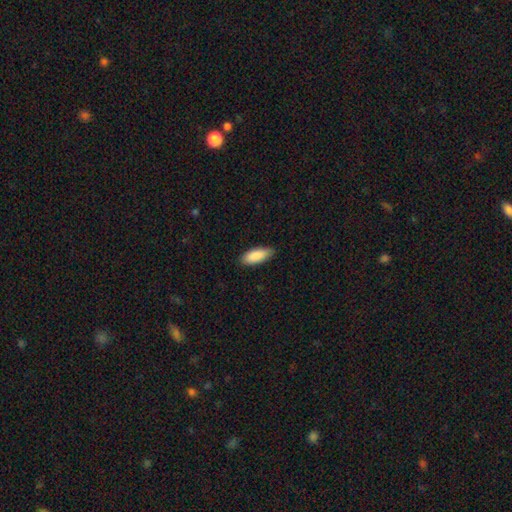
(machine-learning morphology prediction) Smooth or featured?
  - smooth: 90% *
  - star or artifact: 6%
  - featured or disk: 5%
How rounded?
  - in between: 79% *
  - cigar-shaped: 20%
  - round: 2%
Merging?
  - none: 87% *
  - minor disturbance: 10%
  - major disturbance: 2%
  - merger: 1%